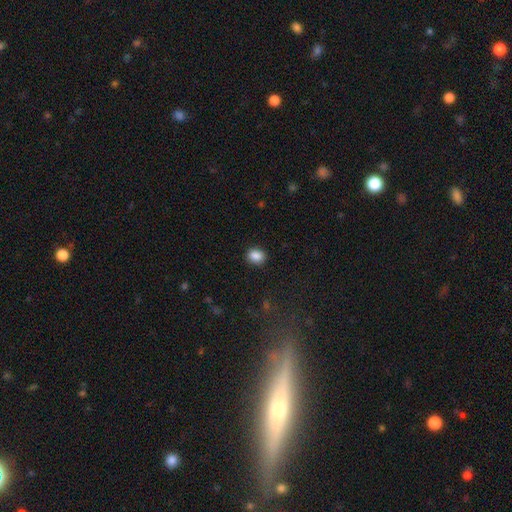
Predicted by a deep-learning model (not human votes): A smooth galaxy with no disk features (87%) that is round (62%).

Vote fractions:
- Smooth or featured? smooth: 87% / star or artifact: 9% / featured or disk: 3%
- How rounded? round: 62% / in between: 37% / cigar-shaped: 1%
- Merging? none: 89% / minor disturbance: 8% / major disturbance: 2% / merger: 1%